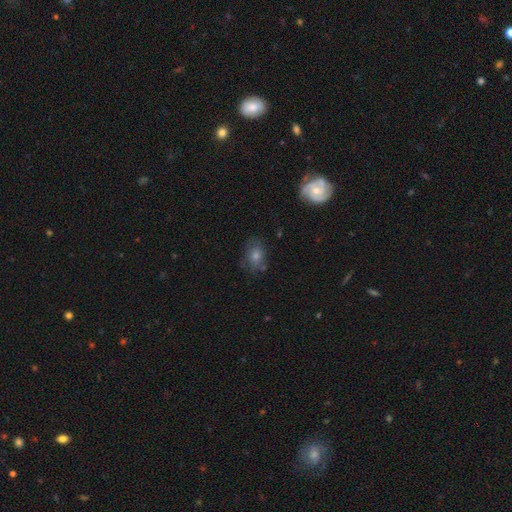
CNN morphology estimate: smooth_or_featured: smooth (p=0.48) [alt: featured or disk p=0.36]
merging: none (p=0.73) [alt: minor disturbance p=0.18]